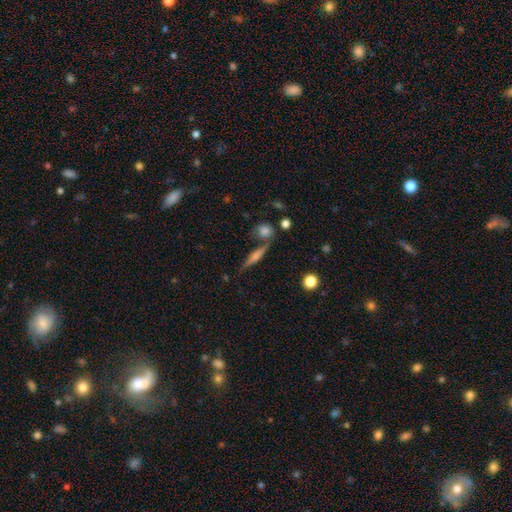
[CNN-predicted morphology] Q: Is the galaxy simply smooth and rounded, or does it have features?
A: featured or disk — 61%.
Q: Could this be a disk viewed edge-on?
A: yes — 95%.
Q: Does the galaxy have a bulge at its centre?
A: rounded — 73%.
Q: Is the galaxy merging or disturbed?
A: none — 76%.